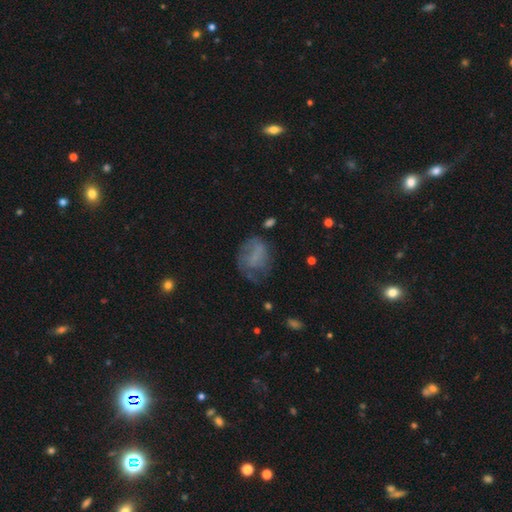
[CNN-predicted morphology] Overall: smooth (50%; featured or disk 36%). Merging: none (42%; major disturbance 28%).